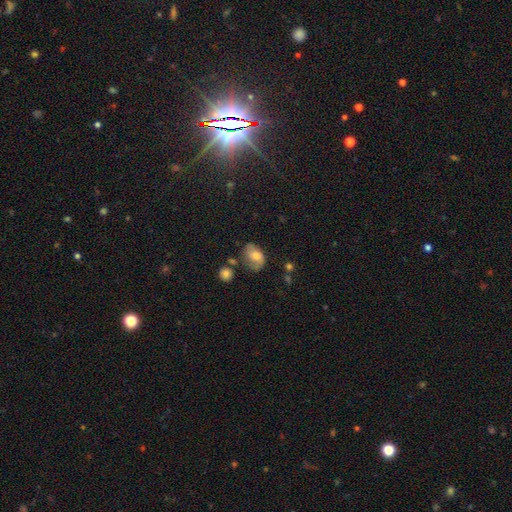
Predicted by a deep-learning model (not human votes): A smooth galaxy with no disk features (58%) that is in between round and cigar-shaped (81%).

Vote fractions:
- Smooth or featured? smooth: 58% / featured or disk: 33% / star or artifact: 9%
- How rounded? in between: 81% / round: 18% / cigar-shaped: 1%
- Merging? none: 49% / minor disturbance: 30% / major disturbance: 14% / merger: 6%